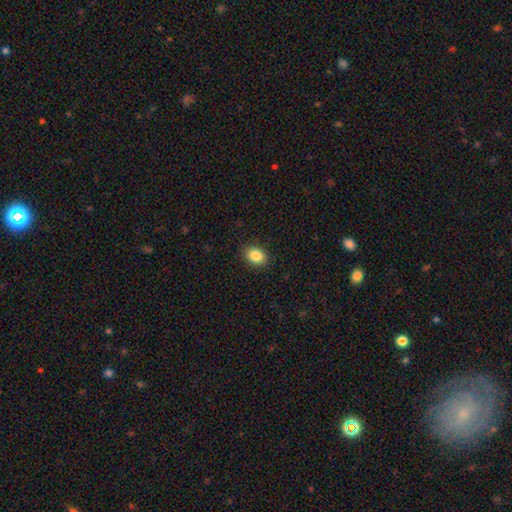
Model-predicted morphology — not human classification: type=smooth (86%); roundness=in between (65%); merging=none (89%).